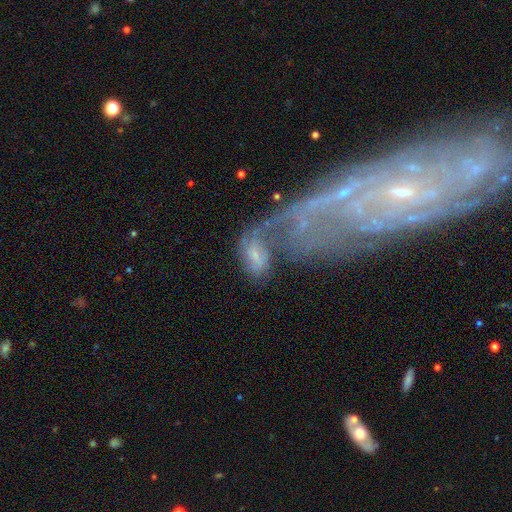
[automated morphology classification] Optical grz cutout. It shows a featured or disk galaxy (57%) with no bar (48%), spiral arms (70%) and a small central bulge (58%). Merging: merger (31%).